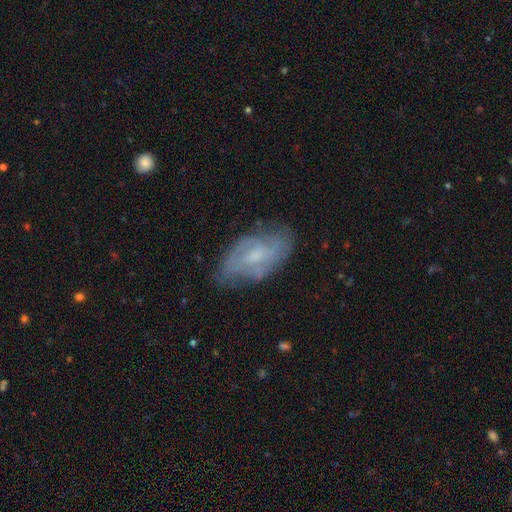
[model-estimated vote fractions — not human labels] Overall: featured or disk (64%; smooth 29%). Edge-on disk: no (93%). Bar: weak (49%; no 42%). Spiral arms: yes (76%). Bulge size: small (48%; moderate 34%). Merging: none (67%).